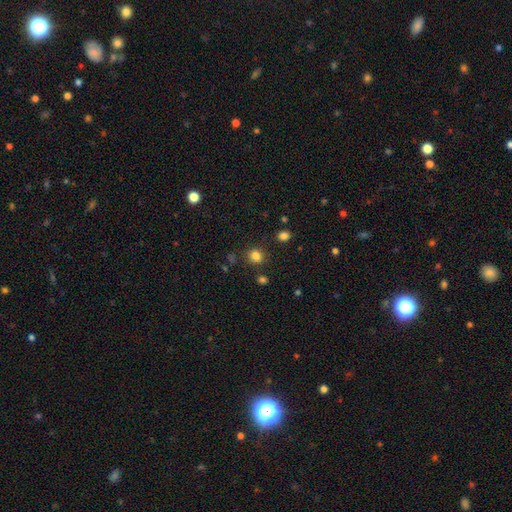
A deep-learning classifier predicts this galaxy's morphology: Smooth or featured: smooth — 81% (star or artifact — 15%)
How rounded: round — 77% (in between — 22%)
Merging: none — 80% (minor disturbance — 11%)